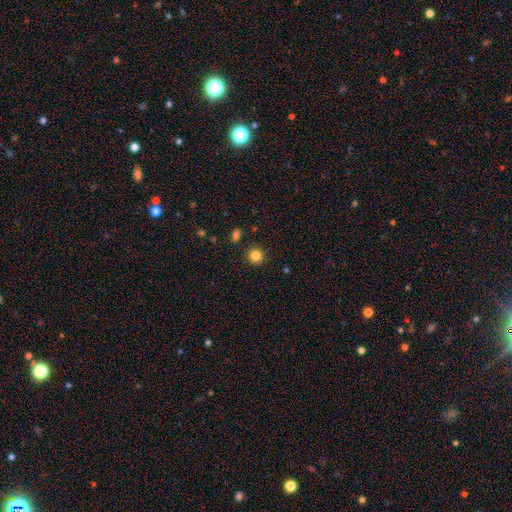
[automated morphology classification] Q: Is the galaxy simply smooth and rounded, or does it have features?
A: smooth — 84%.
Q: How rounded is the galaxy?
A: round — 94%.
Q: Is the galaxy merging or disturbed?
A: none — 91%.